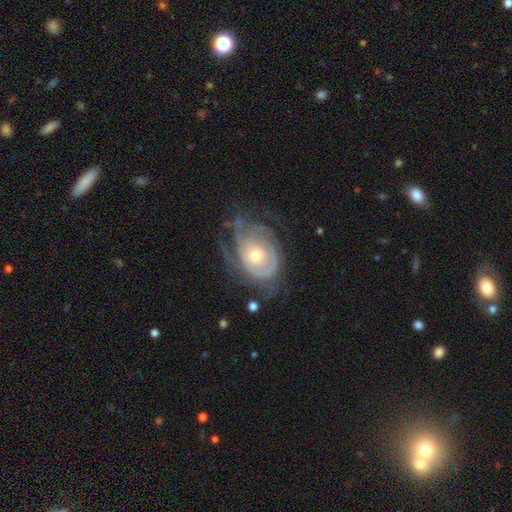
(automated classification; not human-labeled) A featured or disk galaxy (81%) with no bar (81%), tight (68%) spiral arms (86%) and a moderate central bulge (57%).

Vote fractions:
- Smooth or featured? featured or disk: 81% / smooth: 13% / star or artifact: 6%
- Edge-on disk? no: 96% / yes: 4%
- Bar? no: 81% / weak: 16% / strong: 4%
- Spiral arms? yes: 86% / no: 14%
- Spiral winding? tight: 68% / medium: 23% / loose: 9%
- Spiral arm count? can't tell: 48% / 2: 17% / 3: 15% / 4: 8% / 1: 7% / more than 4: 5%
- Bulge size? moderate: 57% / small: 37% / large: 4% / none: 1% / dominant: 1%
- Merging? none: 52% / minor disturbance: 25% / major disturbance: 21% / merger: 2%